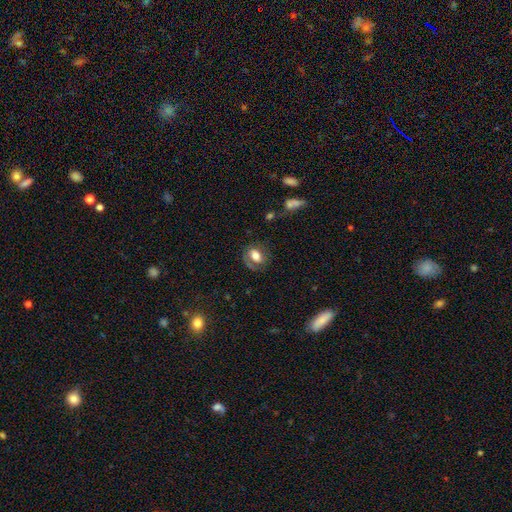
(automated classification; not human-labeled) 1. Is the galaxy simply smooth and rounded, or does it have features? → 59% smooth, 32% featured or disk, 9% star or artifact.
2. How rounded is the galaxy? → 72% in between, 26% round, 2% cigar-shaped.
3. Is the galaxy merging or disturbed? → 64% none, 20% minor disturbance, 14% major disturbance, 3% merger.